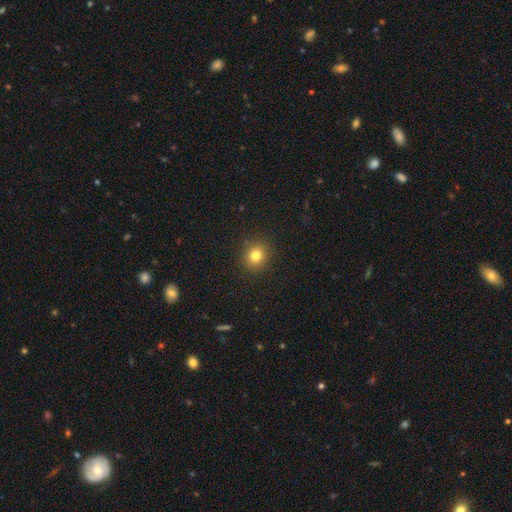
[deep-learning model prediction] smooth-or-featured: smooth: 79% | star or artifact: 13% | featured or disk: 7%
  how-rounded: round: 80% | in between: 19% | cigar-shaped: 1%
  merging: none: 90% | minor disturbance: 7% | major disturbance: 2% | merger: 1%